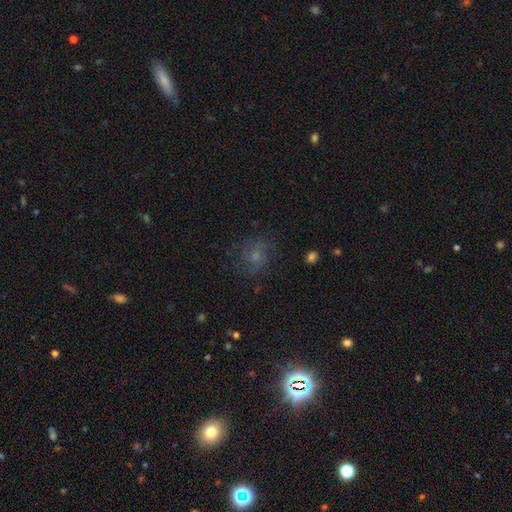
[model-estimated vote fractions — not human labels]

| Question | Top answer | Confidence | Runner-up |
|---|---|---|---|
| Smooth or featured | smooth | 44% | featured or disk (34%) |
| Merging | none | 71% | minor disturbance (17%) |